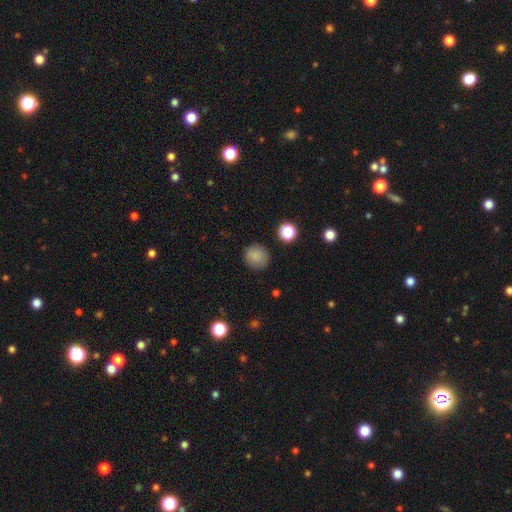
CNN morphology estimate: A smooth galaxy with no disk features (85%) that is round (87%).

Vote fractions:
- Smooth or featured? smooth: 85% / star or artifact: 11% / featured or disk: 4%
- How rounded? round: 87% / in between: 13% / cigar-shaped: 1%
- Merging? none: 87% / minor disturbance: 9% / major disturbance: 3% / merger: 1%